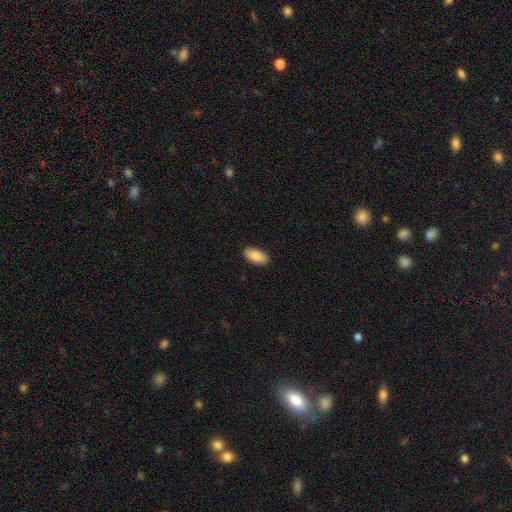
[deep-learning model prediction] The model was most divided on "merging": none: 90%, minor disturbance: 8%, major disturbance: 2%, merger: 1%. More confident: how rounded — in between (93%); smooth or featured — smooth (90%).